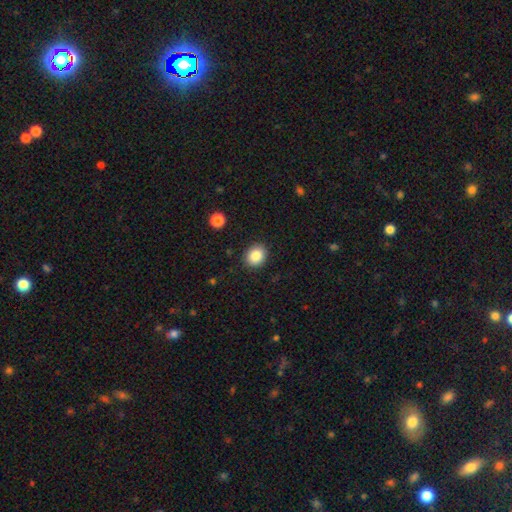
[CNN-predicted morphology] This is clearly a smooth galaxy (86%). How rounded: likely round (63%). Merging: clearly none (89%).